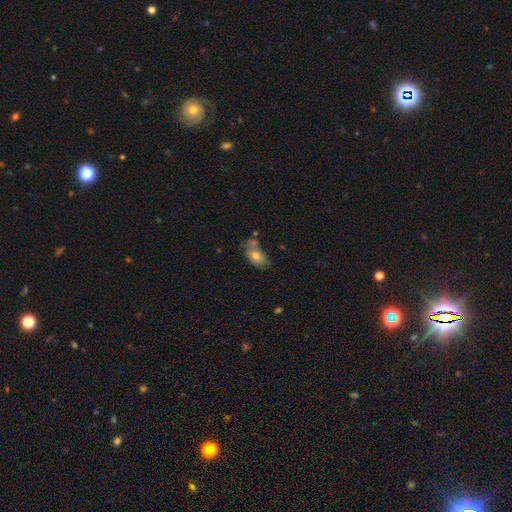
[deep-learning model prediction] Morphology: type=smooth (73%); roundness=in between (89%); merging=none (47%).